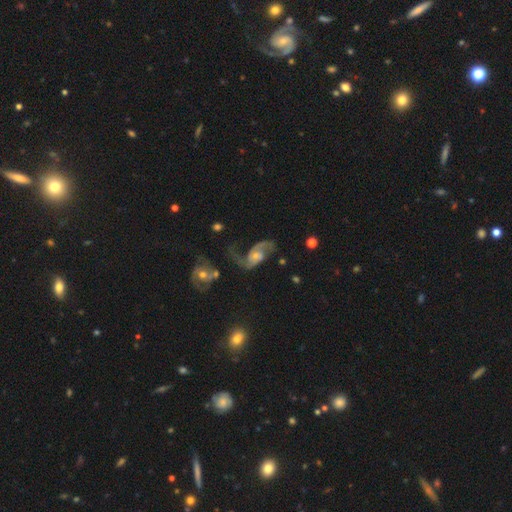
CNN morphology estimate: smooth_or_featured: featured or disk (p=0.85) [alt: smooth p=0.08]
disk_edge_on: no (p=0.97) [alt: yes p=0.03]
bar: no (p=0.59) [alt: weak p=0.34]
has_spiral_arms: yes (p=0.95) [alt: no p=0.05]
spiral_winding: loose (p=0.54) [alt: medium p=0.37]
spiral_arm_count: 2 (p=0.87) [alt: 1 p=0.06]
bulge_size: small (p=0.52) [alt: moderate p=0.38]
merging: none (p=0.45) [alt: major disturbance p=0.26]